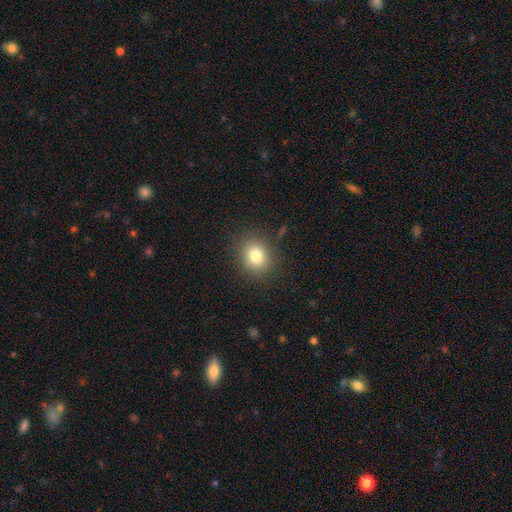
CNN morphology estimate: Smooth or featured? Predicted: smooth (p=0.80). How rounded? Predicted: round (p=0.69). Merging? Predicted: none (p=0.86).